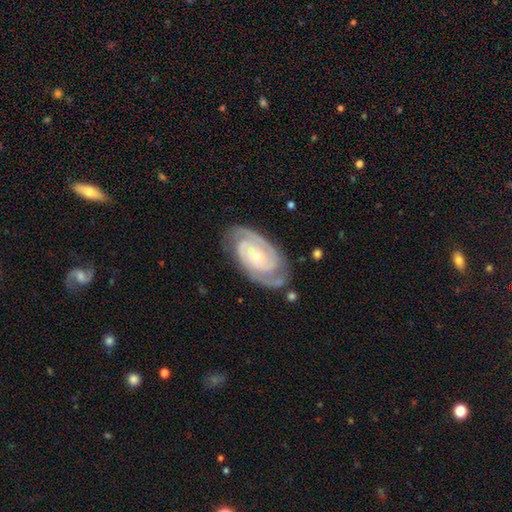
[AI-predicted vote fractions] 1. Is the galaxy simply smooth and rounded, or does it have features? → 89% featured or disk, 6% smooth, 5% star or artifact.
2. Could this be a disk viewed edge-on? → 96% no, 4% yes.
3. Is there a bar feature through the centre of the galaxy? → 62% no, 27% weak, 10% strong.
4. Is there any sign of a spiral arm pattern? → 98% yes, 2% no.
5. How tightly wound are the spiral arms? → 68% tight, 28% medium, 4% loose.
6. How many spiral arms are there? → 76% 2, 10% 3, 7% can't tell, 2% 4, 2% 1, 2% more than 4.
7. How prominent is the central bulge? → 73% small, 23% moderate, 2% none, 1% large, 1% dominant.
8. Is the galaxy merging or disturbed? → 78% none, 16% minor disturbance, 5% major disturbance, 2% merger.